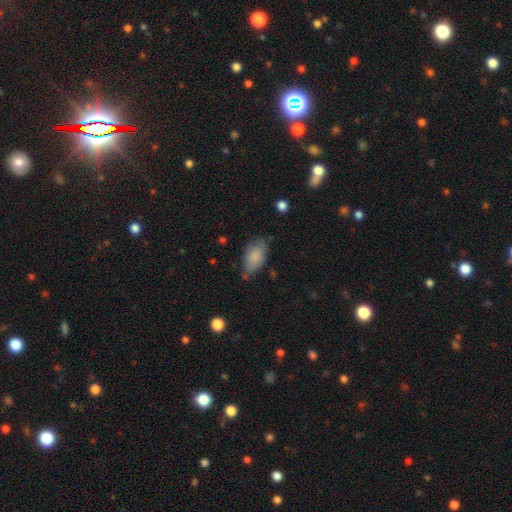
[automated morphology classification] This is clearly a smooth galaxy (83%). How rounded: clearly in between (93%). Merging: likely none (61%).